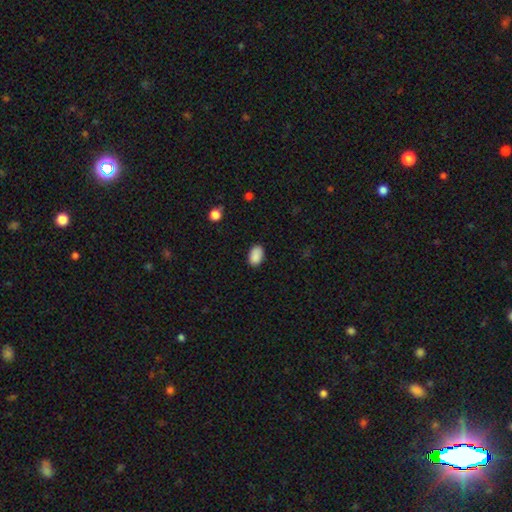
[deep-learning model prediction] The model was most divided on "merging": none: 85%, minor disturbance: 12%, major disturbance: 2%, merger: 1%. More confident: how rounded — in between (89%); smooth or featured — smooth (89%).